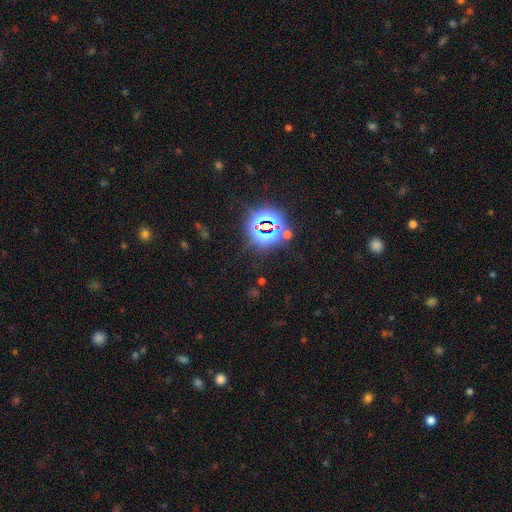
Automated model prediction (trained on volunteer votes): Morphology: type=star or artifact (81%).